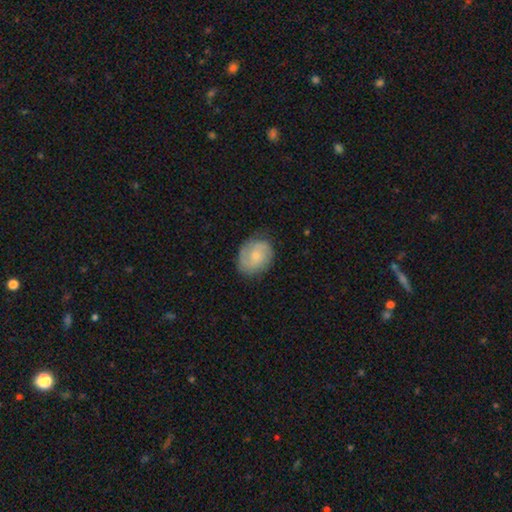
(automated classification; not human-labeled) smooth_or_featured: featured or disk (p=0.55) [alt: smooth p=0.38]
disk_edge_on: no (p=0.97) [alt: yes p=0.03]
bar: no (p=0.61) [alt: weak p=0.34]
has_spiral_arms: yes (p=0.89) [alt: no p=0.11]
bulge_size: small (p=0.46) [alt: moderate p=0.38]
merging: none (p=0.77) [alt: minor disturbance p=0.17]